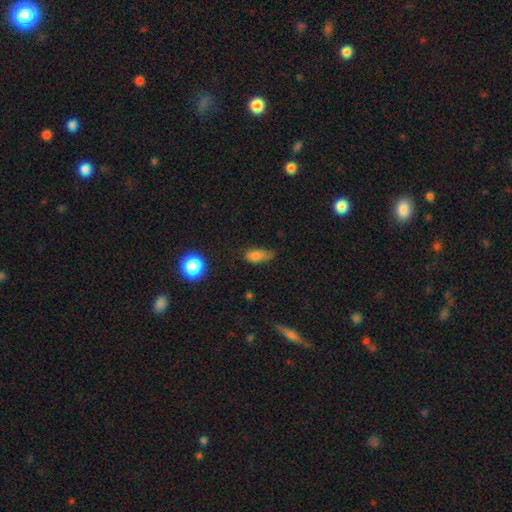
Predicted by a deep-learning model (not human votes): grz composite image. It shows a smooth galaxy with no disk features (79%) that is in between round and cigar-shaped (80%). Merging: none (43%).